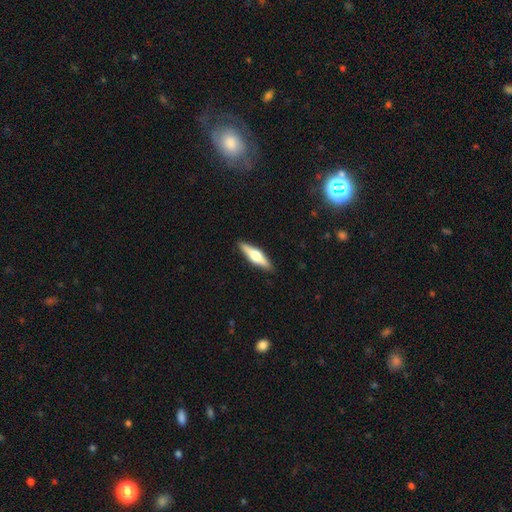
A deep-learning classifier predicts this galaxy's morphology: type=featured or disk (60%); edge-on=yes (96%); edge-on bulge=rounded (93%); merging=none (91%).